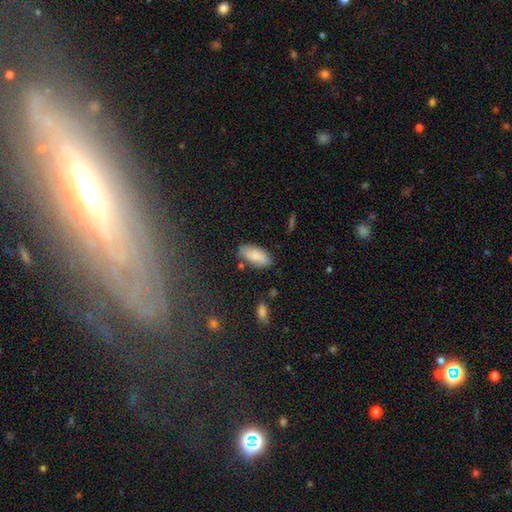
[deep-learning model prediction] A smooth galaxy with no disk features (81%) that is in between round and cigar-shaped (91%). Merging: none (73%).